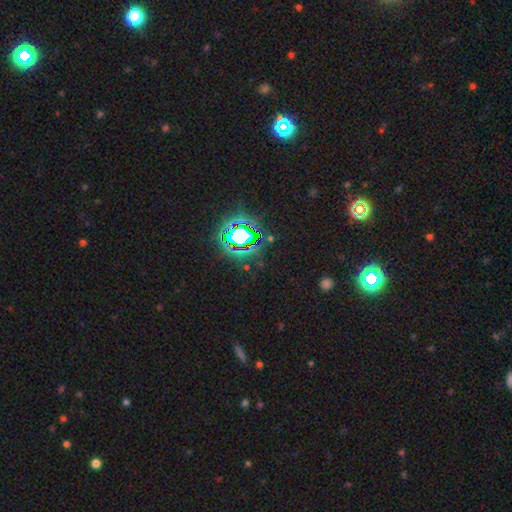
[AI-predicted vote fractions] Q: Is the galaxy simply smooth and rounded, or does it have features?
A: star or artifact — 80%.